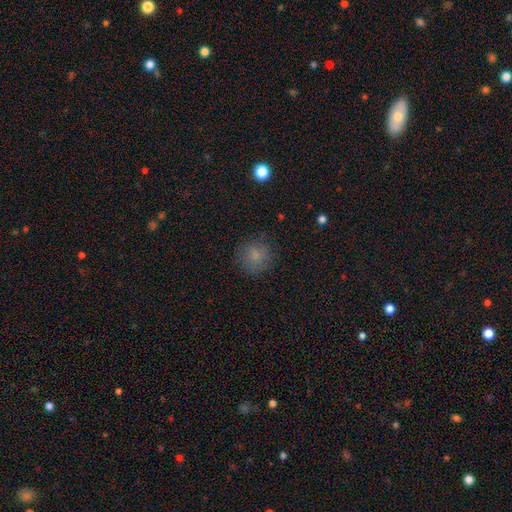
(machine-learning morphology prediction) Q: Smooth or featured?
A: smooth (80%); runner-up: star or artifact (13%)
Q: How rounded?
A: round (89%); runner-up: in between (10%)
Q: Merging?
A: none (81%); runner-up: minor disturbance (13%)